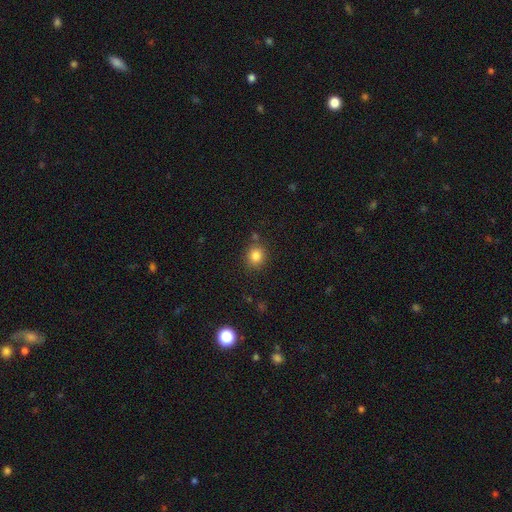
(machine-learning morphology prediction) Smooth or featured?
  - smooth: 83% *
  - star or artifact: 11%
  - featured or disk: 5%
How rounded?
  - round: 79% *
  - in between: 20%
  - cigar-shaped: 1%
Merging?
  - none: 81% *
  - minor disturbance: 10%
  - merger: 5%
  - major disturbance: 3%